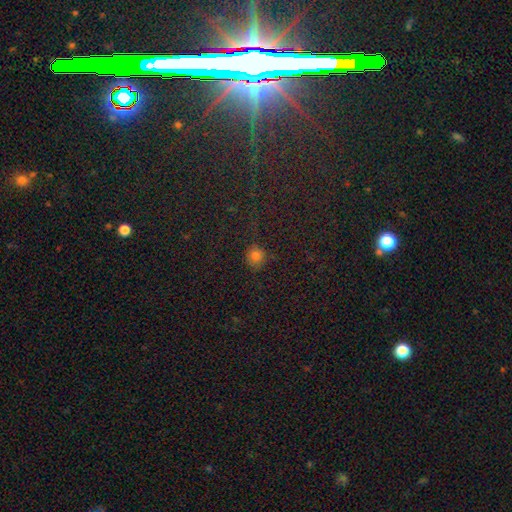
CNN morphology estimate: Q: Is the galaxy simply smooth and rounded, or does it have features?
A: smooth — 76%.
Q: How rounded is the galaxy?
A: round — 86%.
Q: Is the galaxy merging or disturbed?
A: none — 79%.